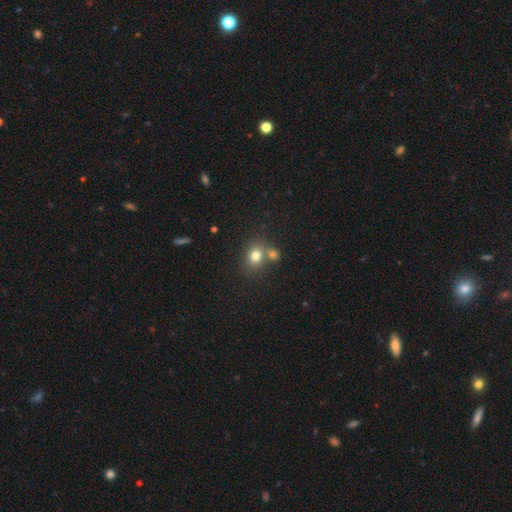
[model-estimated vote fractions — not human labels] Q: Smooth or featured?
A: smooth (77%); runner-up: star or artifact (13%)
Q: How rounded?
A: round (65%); runner-up: in between (34%)
Q: Merging?
A: none (51%); runner-up: merger (36%)